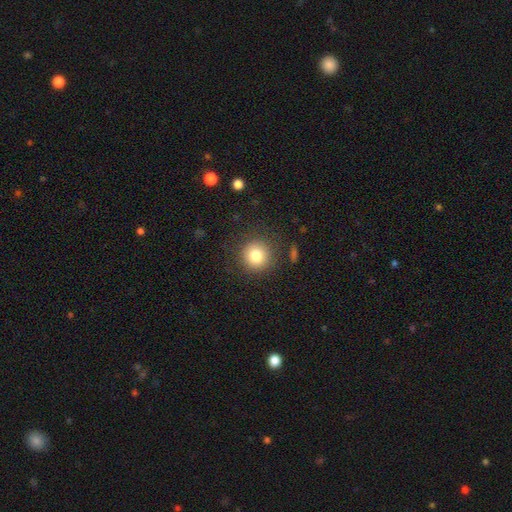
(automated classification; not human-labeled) Q: Smooth or featured?
A: smooth (81%); runner-up: star or artifact (11%)
Q: How rounded?
A: round (94%); runner-up: in between (6%)
Q: Merging?
A: none (87%); runner-up: minor disturbance (8%)